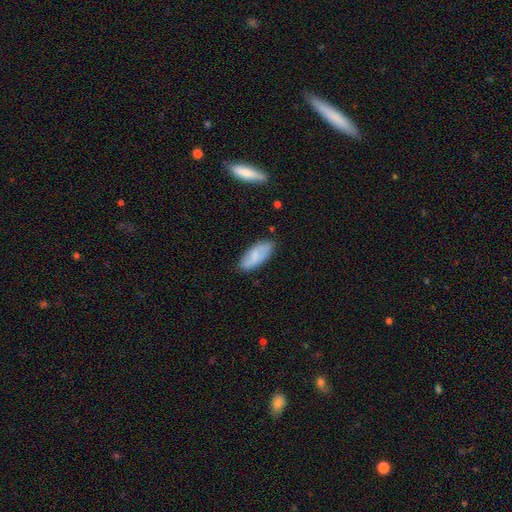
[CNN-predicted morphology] Smooth or featured?
  - smooth: 70% *
  - featured or disk: 23%
  - star or artifact: 6%
How rounded?
  - in between: 86% *
  - cigar-shaped: 12%
  - round: 2%
Merging?
  - none: 81% *
  - minor disturbance: 14%
  - major disturbance: 3%
  - merger: 2%